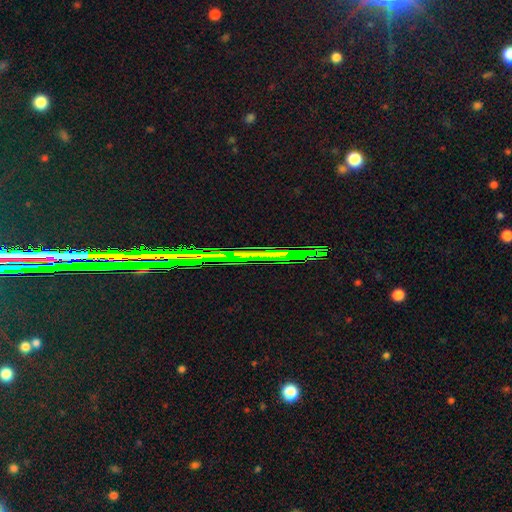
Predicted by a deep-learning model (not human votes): This appears to be a star or artifact, not a galaxy (72%).